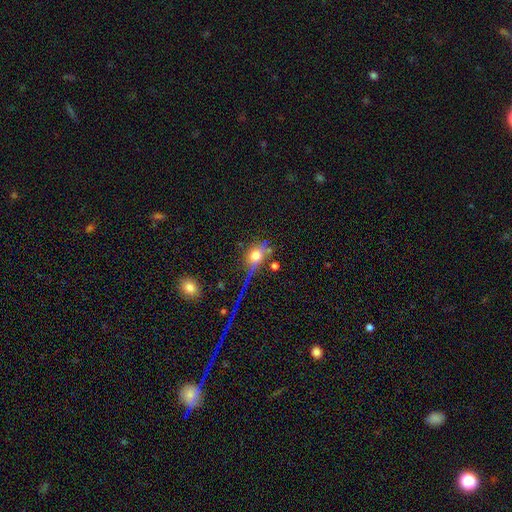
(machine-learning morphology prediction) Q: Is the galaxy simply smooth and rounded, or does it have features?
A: smooth — 61%.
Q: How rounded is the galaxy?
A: in between — 56%.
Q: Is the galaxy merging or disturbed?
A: none — 37%.